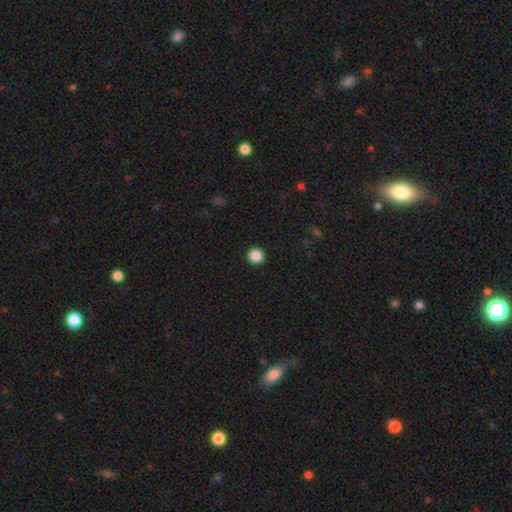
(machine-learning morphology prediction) A smooth galaxy with no disk features (87%) that is round (96%). Merging: none (94%).